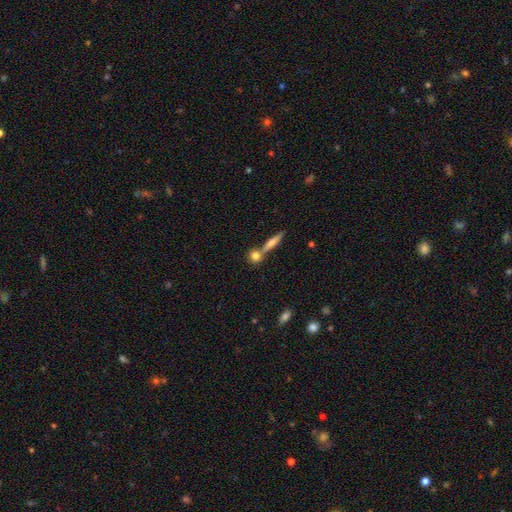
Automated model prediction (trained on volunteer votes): Smooth or featured? Predicted: smooth (p=0.75). How rounded? Predicted: round (p=0.70). Merging? Predicted: none (p=0.58).